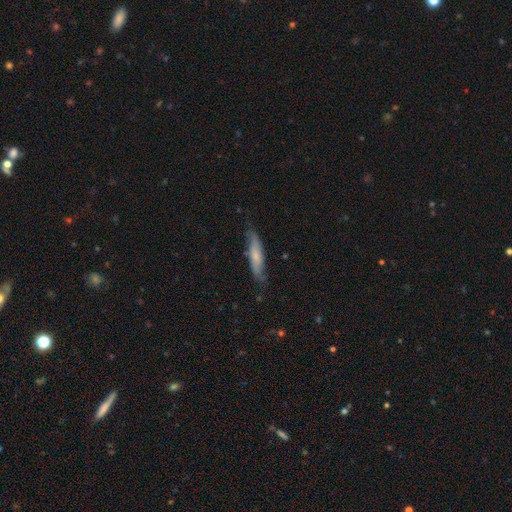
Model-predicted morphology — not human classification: smooth_or_featured: smooth (p=0.55) [alt: featured or disk p=0.39]
how_rounded: cigar-shaped (p=0.80) [alt: in between p=0.19]
merging: none (p=0.71) [alt: minor disturbance p=0.22]